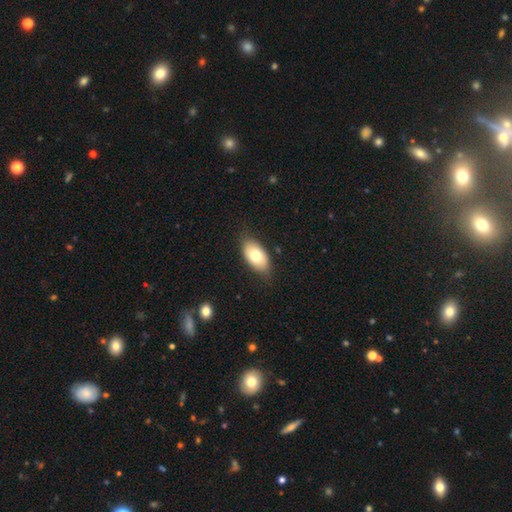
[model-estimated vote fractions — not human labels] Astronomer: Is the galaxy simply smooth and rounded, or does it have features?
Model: smooth — 73%.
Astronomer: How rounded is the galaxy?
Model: in between — 93%.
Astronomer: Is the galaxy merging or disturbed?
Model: none — 81%.